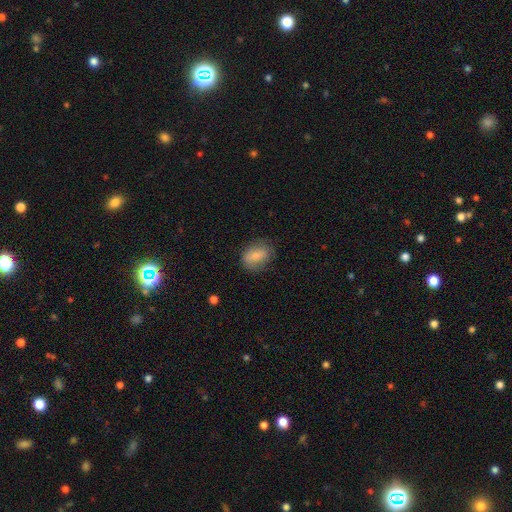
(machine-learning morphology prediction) smooth_or_featured: smooth (p=0.72) [alt: featured or disk p=0.19]
how_rounded: in between (p=0.62) [alt: round p=0.36]
merging: none (p=0.73) [alt: minor disturbance p=0.19]